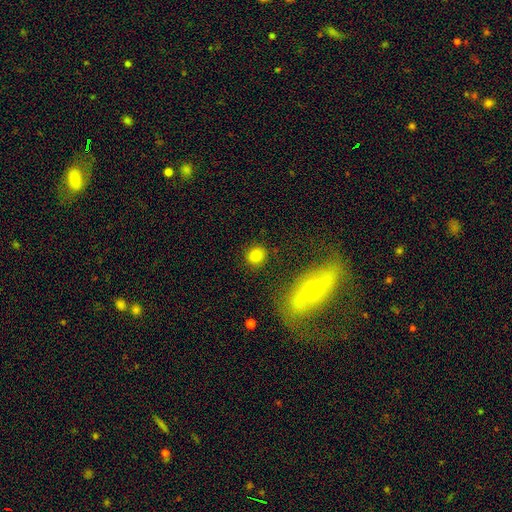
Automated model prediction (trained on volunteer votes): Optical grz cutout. It shows a smooth galaxy with no disk features (82%) that is round (81%). Merging: none (86%).